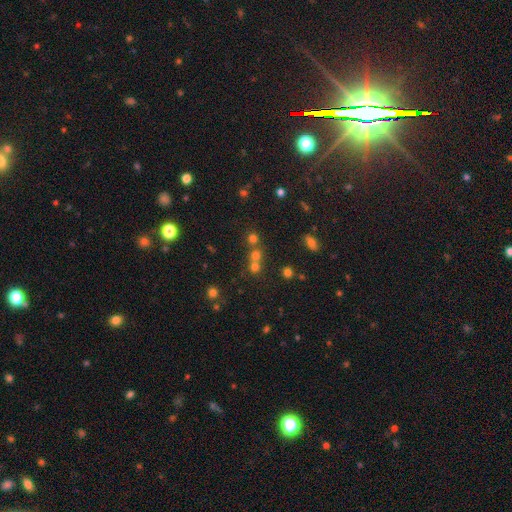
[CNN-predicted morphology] type=smooth (55%); roundness=round (86%); merging=none (51%).